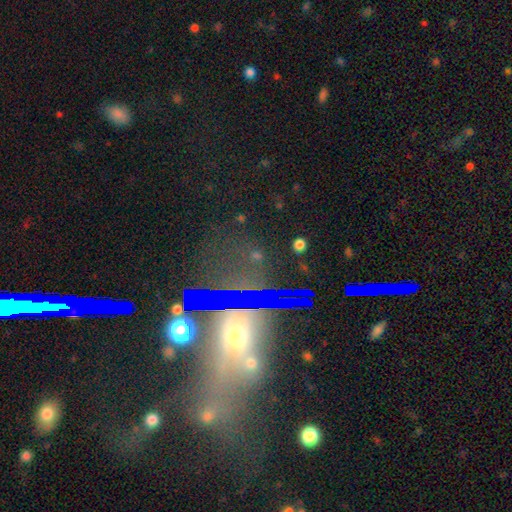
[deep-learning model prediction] This is likely a star or artifact rather than a galaxy (64%).